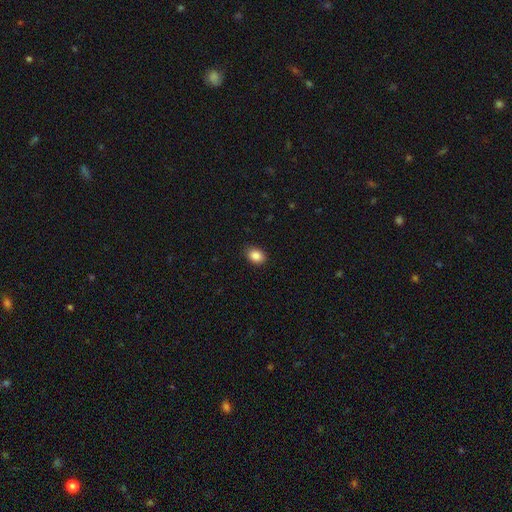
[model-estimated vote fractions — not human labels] The model was most divided on "how rounded": in between: 70%, round: 29%, cigar-shaped: 1%. More confident: merging — none (89%); smooth or featured — smooth (87%).